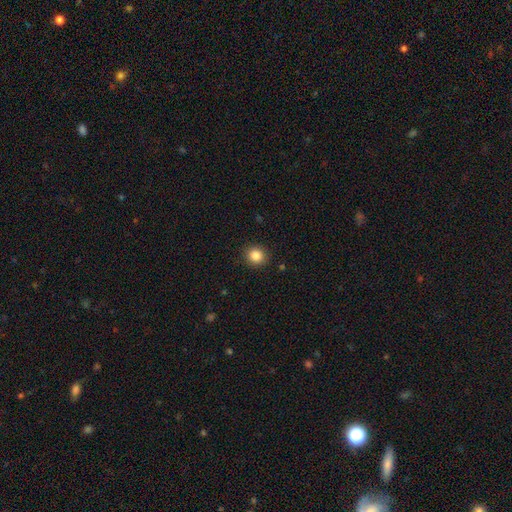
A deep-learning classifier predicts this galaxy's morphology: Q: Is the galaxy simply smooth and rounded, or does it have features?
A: smooth — 85%.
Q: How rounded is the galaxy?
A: round — 87%.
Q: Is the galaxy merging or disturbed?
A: none — 91%.